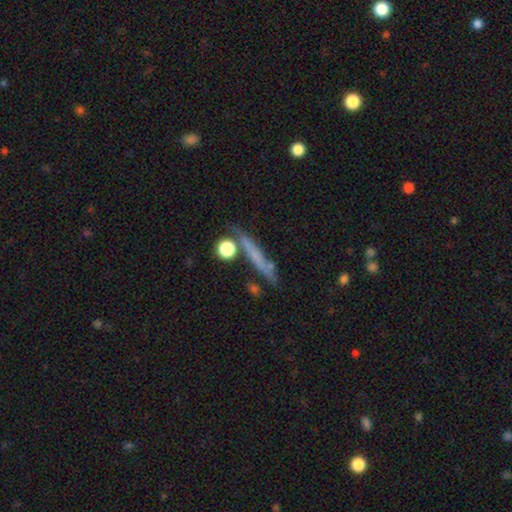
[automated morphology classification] Smooth or featured? Predicted: smooth (p=0.49). Merging? Predicted: none (p=0.70).